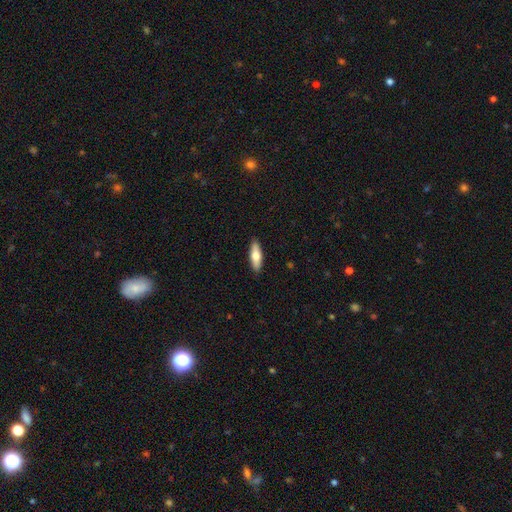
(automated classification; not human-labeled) Smooth or featured: smooth — 66% (featured or disk — 29%)
How rounded: cigar-shaped — 50% (in between — 48%)
Merging: none — 90% (minor disturbance — 8%)